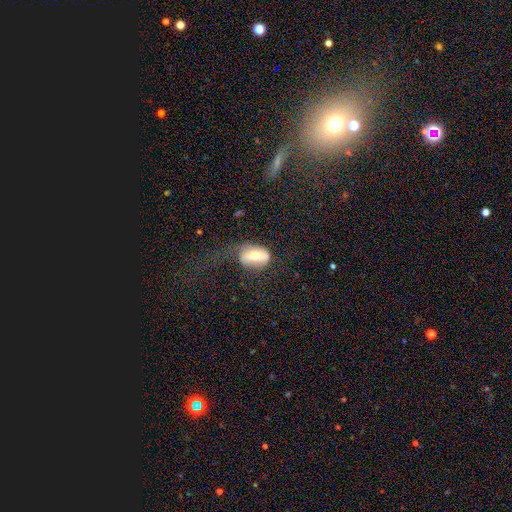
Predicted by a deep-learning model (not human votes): This appears to be a smooth galaxy with no disk features (57%) that is in between round and cigar-shaped (84%). Merging: none (36%).